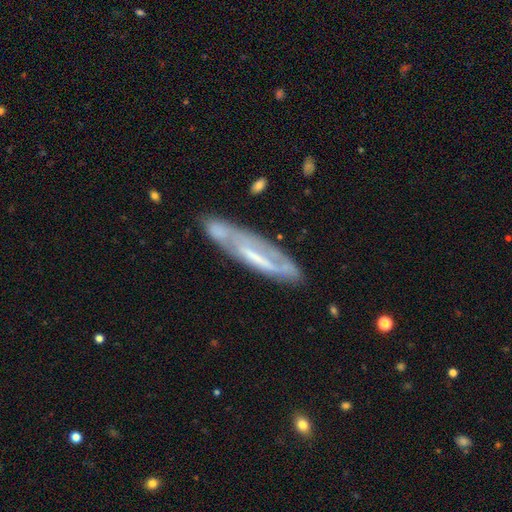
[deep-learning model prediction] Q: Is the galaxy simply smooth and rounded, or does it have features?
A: featured or disk — 66%.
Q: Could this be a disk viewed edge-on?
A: no — 59%.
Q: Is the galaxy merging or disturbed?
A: none — 59%.